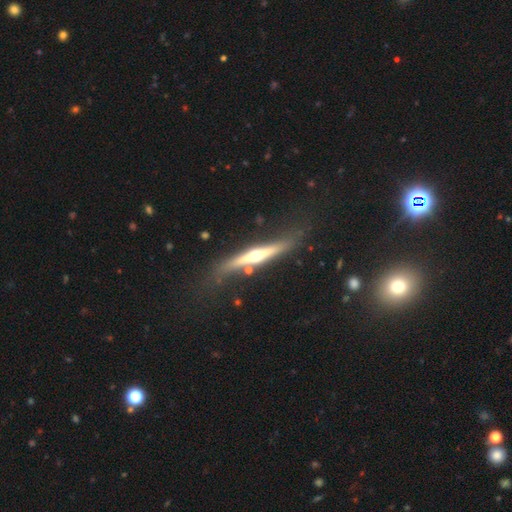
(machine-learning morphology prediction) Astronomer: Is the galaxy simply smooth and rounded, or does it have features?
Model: featured or disk — 73%.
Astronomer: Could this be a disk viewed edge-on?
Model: yes — 96%.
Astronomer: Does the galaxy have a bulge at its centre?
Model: rounded — 93%.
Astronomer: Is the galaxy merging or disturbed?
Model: none — 74%.